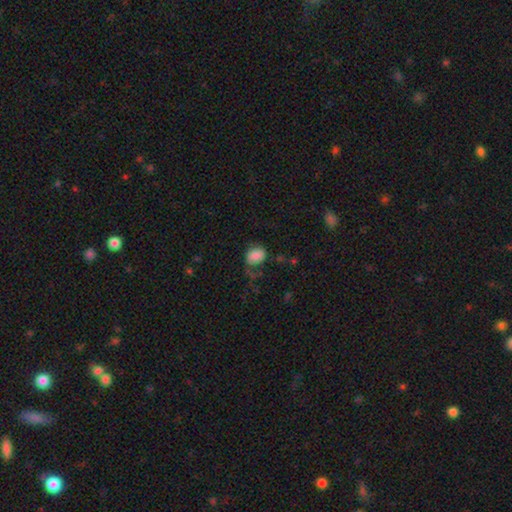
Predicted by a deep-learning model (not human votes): A smooth galaxy with no disk features (83%) that is in between round and cigar-shaped (67%).

Vote fractions:
- Smooth or featured? smooth: 83% / star or artifact: 9% / featured or disk: 8%
- How rounded? in between: 67% / round: 32% / cigar-shaped: 1%
- Merging? none: 54% / minor disturbance: 26% / major disturbance: 16% / merger: 4%